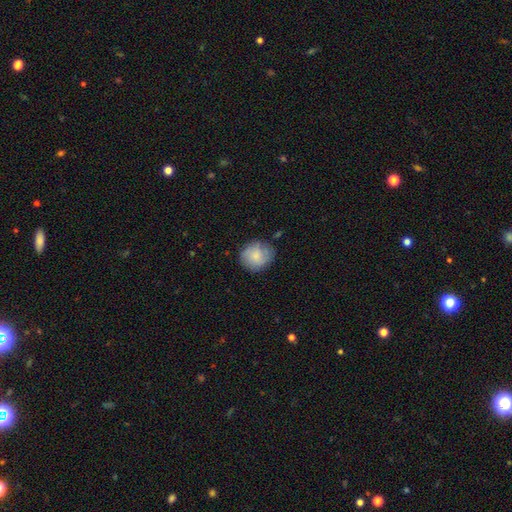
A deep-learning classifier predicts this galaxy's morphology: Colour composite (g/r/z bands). It shows a smooth galaxy with no disk features (70%) that is round (82%). Merging: none (75%).